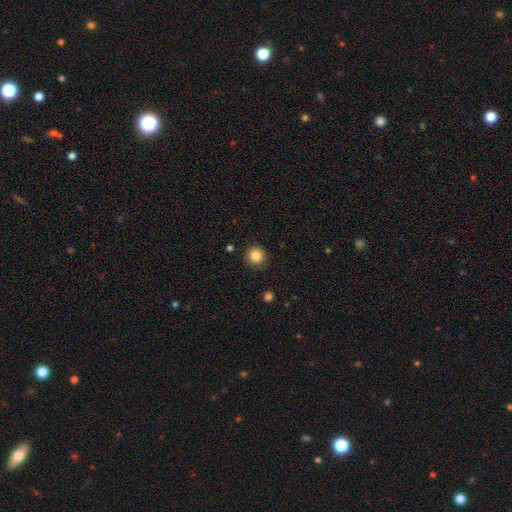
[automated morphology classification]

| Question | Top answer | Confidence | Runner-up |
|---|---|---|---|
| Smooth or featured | smooth | 86% | star or artifact (10%) |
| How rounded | round | 94% | in between (5%) |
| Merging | none | 88% | minor disturbance (8%) |